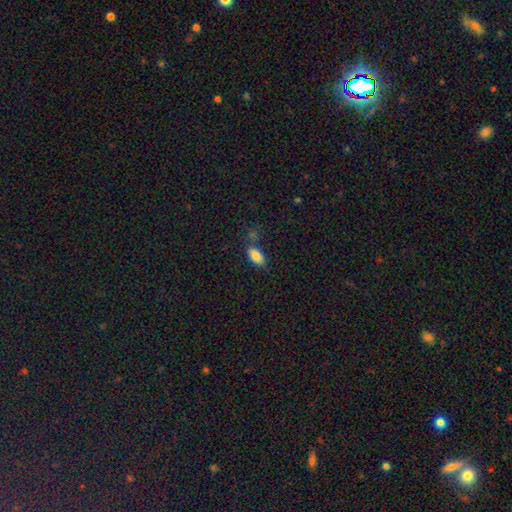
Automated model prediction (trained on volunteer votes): Smooth or featured?
  - smooth: 85% *
  - star or artifact: 8%
  - featured or disk: 7%
How rounded?
  - in between: 89% *
  - cigar-shaped: 7%
  - round: 3%
Merging?
  - none: 63% *
  - minor disturbance: 19%
  - merger: 12%
  - major disturbance: 5%